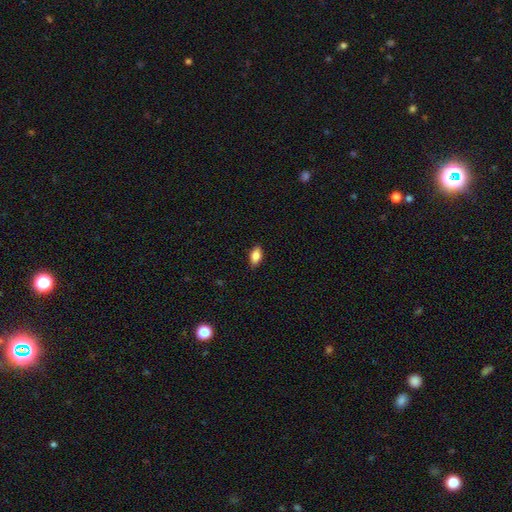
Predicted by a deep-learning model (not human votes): smooth-or-featured: smooth: 83% | featured or disk: 10% | star or artifact: 8%
  how-rounded: in between: 88% | cigar-shaped: 8% | round: 4%
  merging: none: 86% | minor disturbance: 10% | major disturbance: 2% | merger: 1%